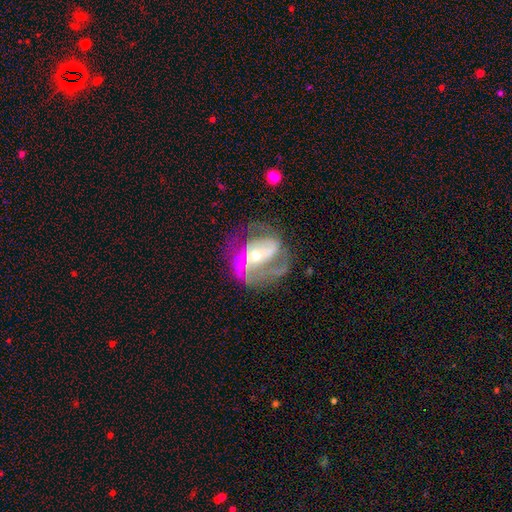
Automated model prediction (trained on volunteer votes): featured or disk 80%, smooth 12%, star or artifact 8%. Down the decision tree: edge-on disk — no (96%); bar — no (37%); spiral arms — yes (83%); spiral arm count — 2 (51%); spiral winding — medium (44%); bulge size — small (53%); merging — none (48%).